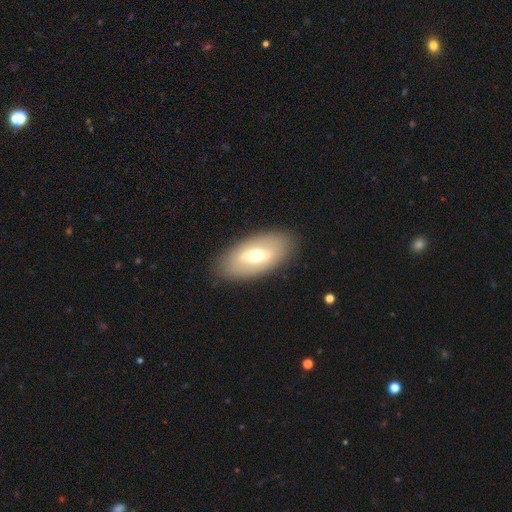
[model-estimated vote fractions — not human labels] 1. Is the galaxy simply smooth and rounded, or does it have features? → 48% featured or disk, 46% smooth, 6% star or artifact.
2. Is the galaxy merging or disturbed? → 87% none, 9% minor disturbance, 3% major disturbance, 1% merger.